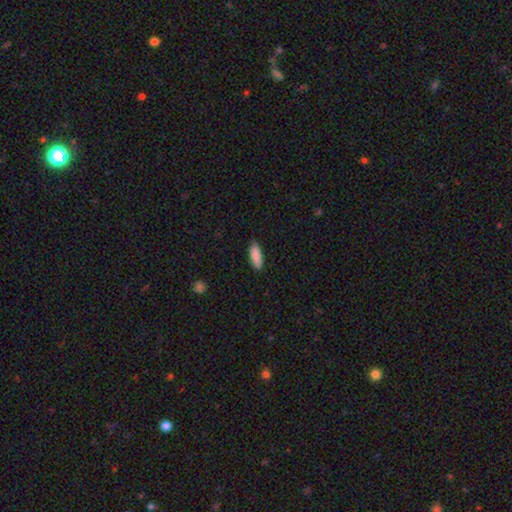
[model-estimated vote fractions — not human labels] Morphology: type=smooth (89%); roundness=in between (68%); merging=none (87%).